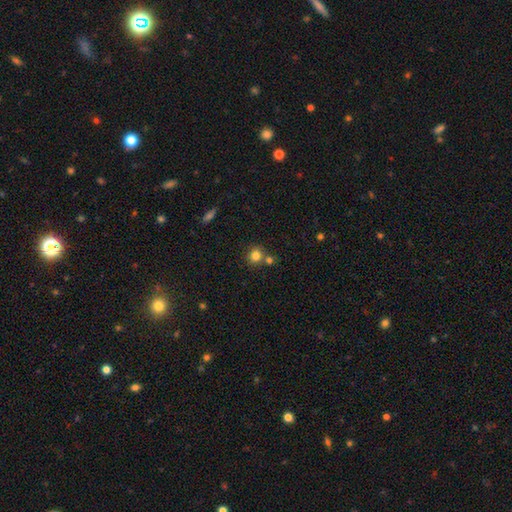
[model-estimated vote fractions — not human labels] Smooth or featured?
  - smooth: 82% *
  - star or artifact: 11%
  - featured or disk: 7%
How rounded?
  - round: 87% *
  - in between: 12%
  - cigar-shaped: 1%
Merging?
  - none: 66% *
  - merger: 22%
  - minor disturbance: 9%
  - major disturbance: 3%